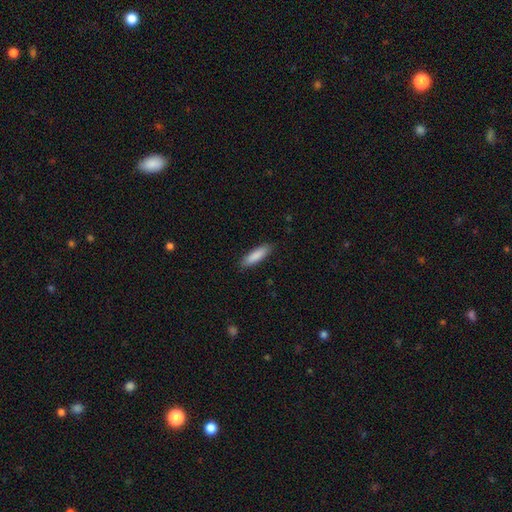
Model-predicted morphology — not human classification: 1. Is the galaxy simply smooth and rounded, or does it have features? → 88% smooth, 7% featured or disk, 5% star or artifact.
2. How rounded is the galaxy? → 59% cigar-shaped, 39% in between, 1% round.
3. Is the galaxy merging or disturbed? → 87% none, 10% minor disturbance, 2% major disturbance, 1% merger.